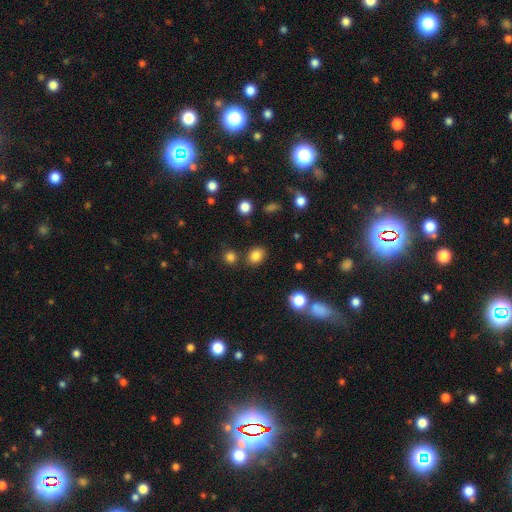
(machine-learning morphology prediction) smooth 82%, star or artifact 12%, featured or disk 5%. Down the decision tree: how rounded — round (56%); merging — none (80%).